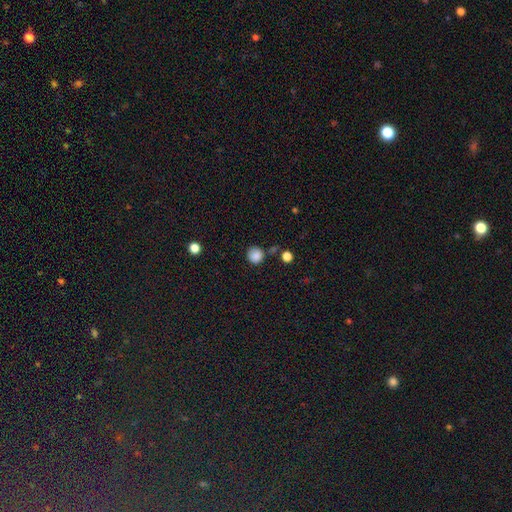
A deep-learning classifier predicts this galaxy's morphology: Smooth or featured: smooth — 85% (star or artifact — 11%)
How rounded: round — 92% (in between — 7%)
Merging: none — 79% (minor disturbance — 12%)